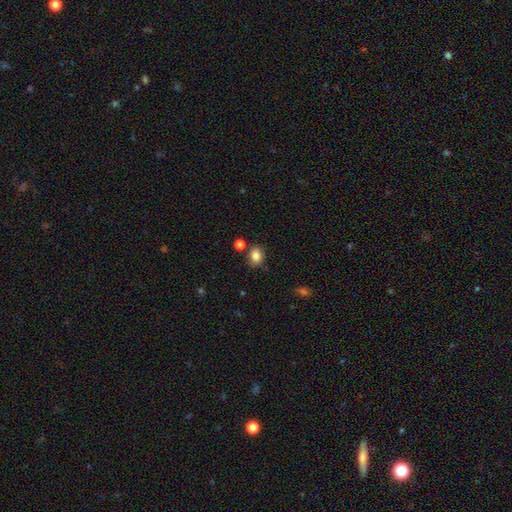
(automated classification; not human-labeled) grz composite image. It shows a smooth galaxy with no disk features (85%) that is in between round and cigar-shaped (59%). Merging: none (75%).